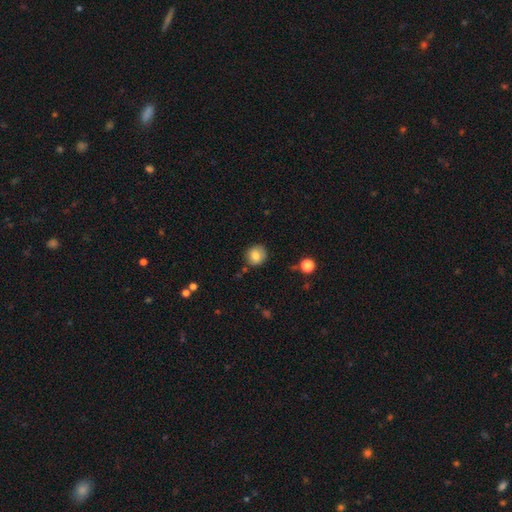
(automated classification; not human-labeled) A smooth galaxy with no disk features (82%) that is round (85%). Merging: none (79%).